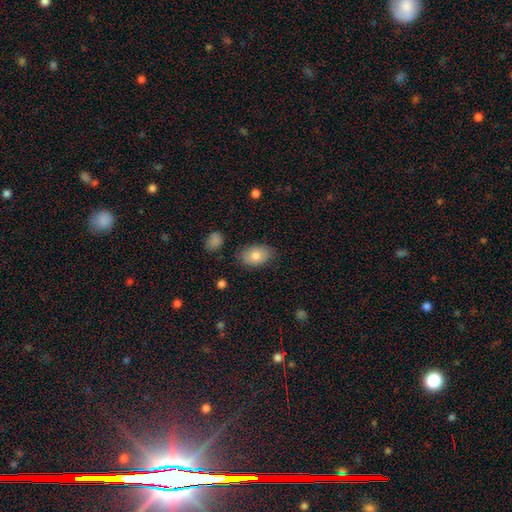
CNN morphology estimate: smooth-or-featured: smooth: 80% | featured or disk: 13% | star or artifact: 7%
  how-rounded: in between: 85% | round: 14% | cigar-shaped: 1%
  merging: none: 81% | minor disturbance: 14% | major disturbance: 3% | merger: 2%